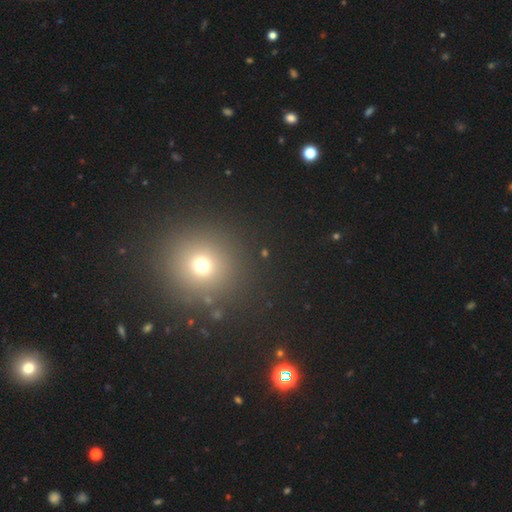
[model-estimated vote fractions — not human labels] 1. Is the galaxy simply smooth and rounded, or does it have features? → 54% smooth, 39% star or artifact, 7% featured or disk.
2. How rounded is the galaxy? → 94% round, 5% in between, 1% cigar-shaped.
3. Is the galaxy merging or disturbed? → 92% none, 5% minor disturbance, 2% major disturbance, 2% merger.